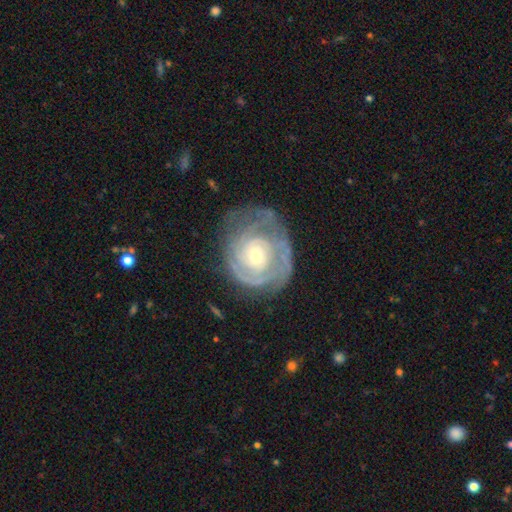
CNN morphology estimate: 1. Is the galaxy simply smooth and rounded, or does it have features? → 82% featured or disk, 12% smooth, 5% star or artifact.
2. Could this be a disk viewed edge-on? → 97% no, 3% yes.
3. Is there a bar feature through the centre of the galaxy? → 68% no, 27% weak, 6% strong.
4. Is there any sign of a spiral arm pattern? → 90% yes, 10% no.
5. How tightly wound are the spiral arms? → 75% tight, 19% medium, 6% loose.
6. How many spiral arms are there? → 44% can't tell, 24% 2, 14% 3, 7% 1, 7% 4, 4% more than 4.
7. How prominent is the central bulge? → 53% small, 41% moderate, 3% large, 1% none, 1% dominant.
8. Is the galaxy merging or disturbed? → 60% none, 23% minor disturbance, 15% major disturbance, 2% merger.